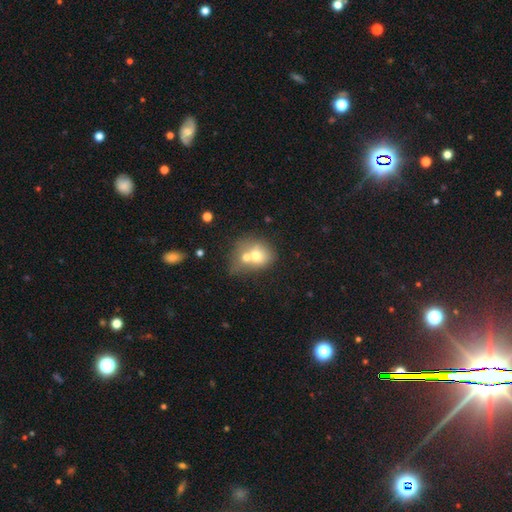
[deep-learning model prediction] Smooth or featured? Predicted: smooth (p=0.65). How rounded? Predicted: round (p=0.63). Merging? Predicted: merger (p=0.64).